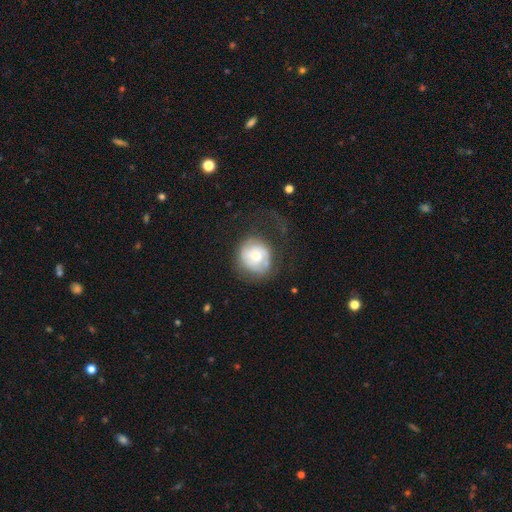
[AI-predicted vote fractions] This appears to be a featured or disk galaxy (53%) with no bar (75%), spiral arms (64%) and a moderate central bulge (55%). Merging: none (46%).